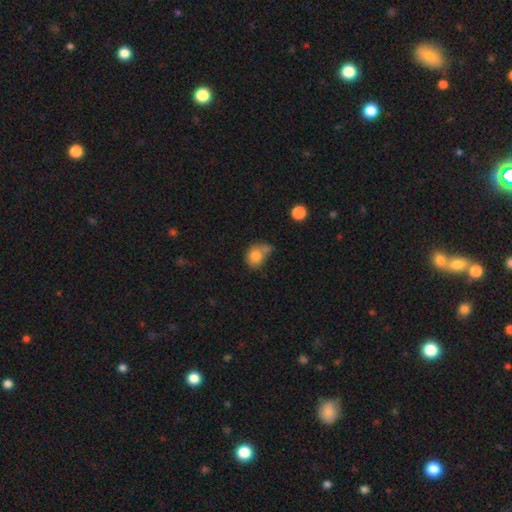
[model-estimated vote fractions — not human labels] Q: Smooth or featured?
A: smooth (81%); runner-up: featured or disk (10%)
Q: How rounded?
A: round (59%); runner-up: in between (40%)
Q: Merging?
A: none (39%); runner-up: merger (27%)